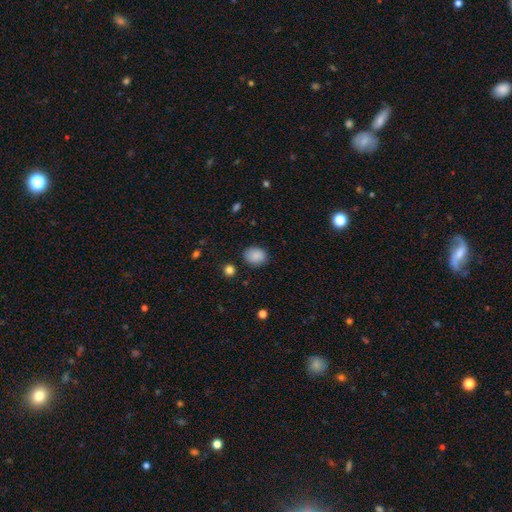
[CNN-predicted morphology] Smooth or featured?
  - smooth: 87% *
  - star or artifact: 8%
  - featured or disk: 5%
How rounded?
  - in between: 60% *
  - round: 39%
  - cigar-shaped: 1%
Merging?
  - none: 82% *
  - minor disturbance: 13%
  - major disturbance: 3%
  - merger: 2%